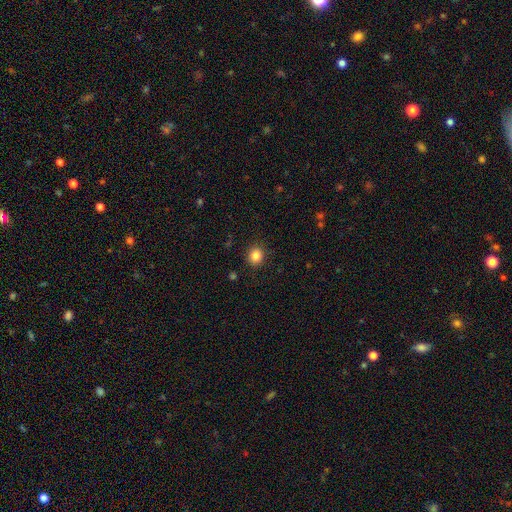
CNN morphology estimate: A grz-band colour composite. It shows a smooth galaxy with no disk features (85%) that is round (81%). Merging: none (90%).